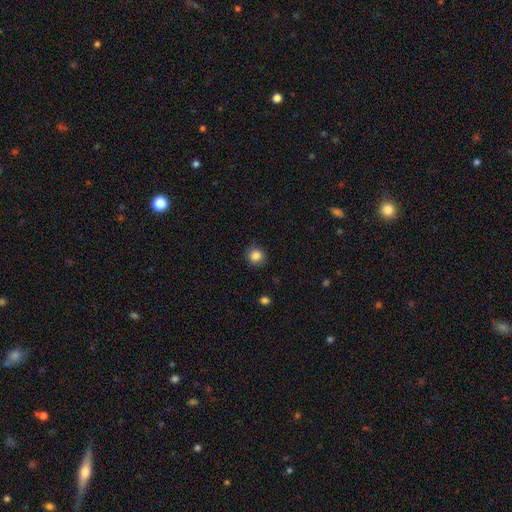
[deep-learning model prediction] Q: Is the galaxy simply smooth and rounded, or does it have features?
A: smooth — 85%.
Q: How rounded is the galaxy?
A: round — 86%.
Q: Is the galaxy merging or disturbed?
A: none — 87%.